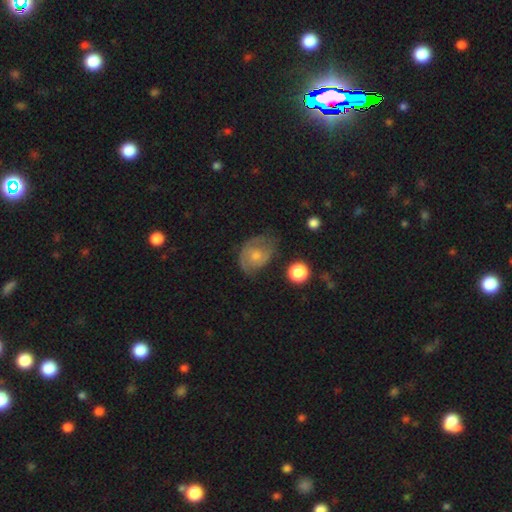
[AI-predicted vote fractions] Smooth or featured? featured or disk (59%)
Edge-on disk? no (96%)
Bar? no (76%)
Spiral arms? yes (81%)
Bulge size? moderate (49%)
Merging? none (59%)